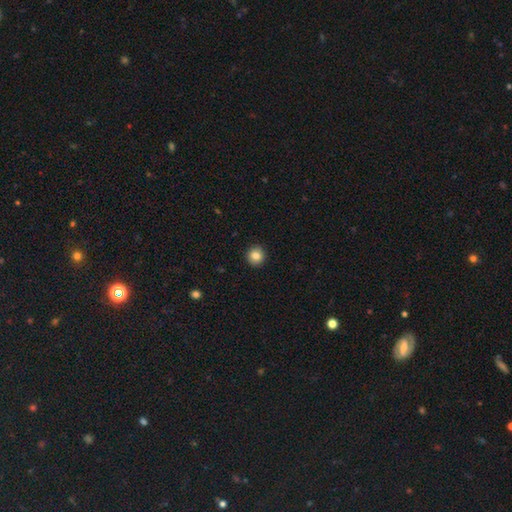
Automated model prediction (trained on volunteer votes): Smooth or featured?
  - smooth: 84% *
  - star or artifact: 9%
  - featured or disk: 7%
How rounded?
  - round: 92% *
  - in between: 7%
  - cigar-shaped: 1%
Merging?
  - none: 93% *
  - minor disturbance: 5%
  - major disturbance: 1%
  - merger: 1%